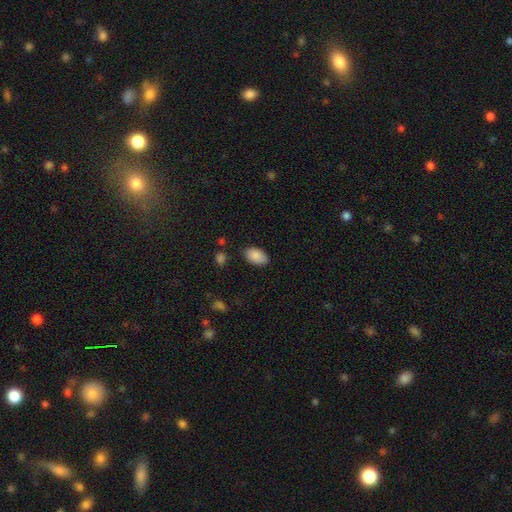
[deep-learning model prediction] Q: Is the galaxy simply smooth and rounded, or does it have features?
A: smooth — 89%.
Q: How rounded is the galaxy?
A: in between — 94%.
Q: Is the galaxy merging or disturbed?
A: none — 84%.